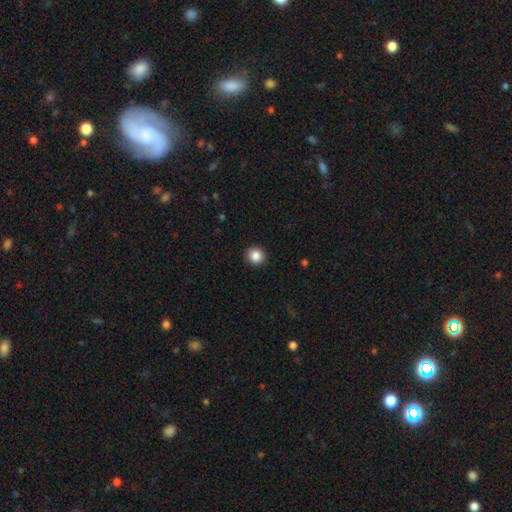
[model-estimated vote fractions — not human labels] A smooth galaxy with no disk features (86%) that is round (91%). Merging: none (91%).